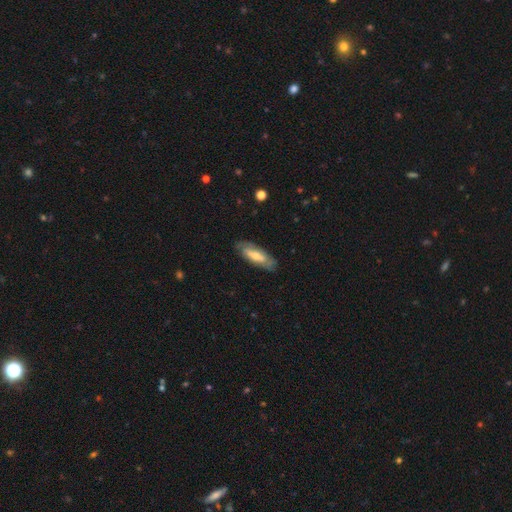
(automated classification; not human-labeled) The model was most divided on "smooth or featured": featured or disk: 51%, smooth: 43%, star or artifact: 6%. More confident: merging — none (81%); edge-on disk — no (70%).